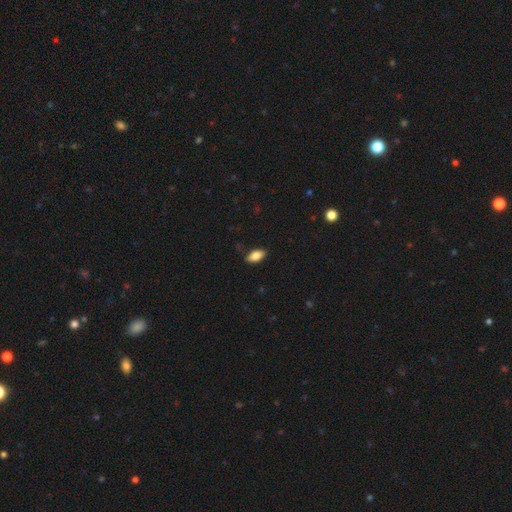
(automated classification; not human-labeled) This is clearly a smooth galaxy (81%). How rounded: clearly in between (91%). Merging: clearly none (86%).